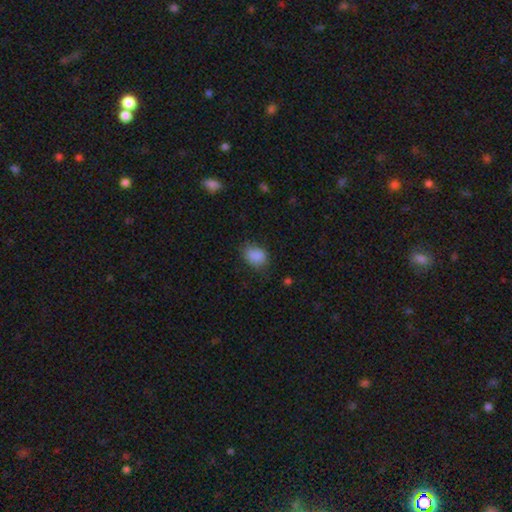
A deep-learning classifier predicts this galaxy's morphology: This is clearly a smooth galaxy (86%). How rounded: likely in between (65%). Merging: likely none (72%).